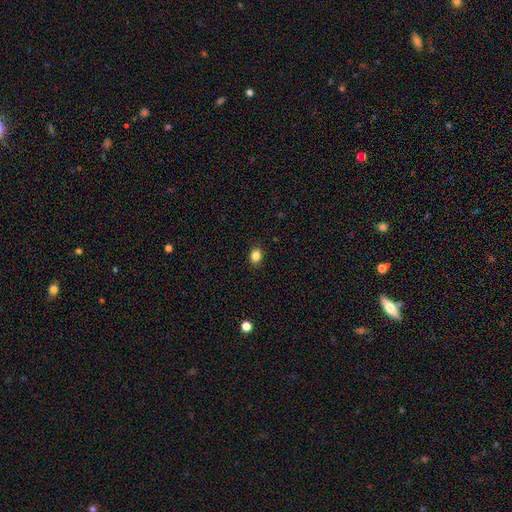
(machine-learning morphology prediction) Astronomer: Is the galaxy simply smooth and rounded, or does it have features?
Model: smooth — 84%.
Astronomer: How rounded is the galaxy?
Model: in between — 51% (runner-up: round, 48%).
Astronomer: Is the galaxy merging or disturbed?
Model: none — 90%.